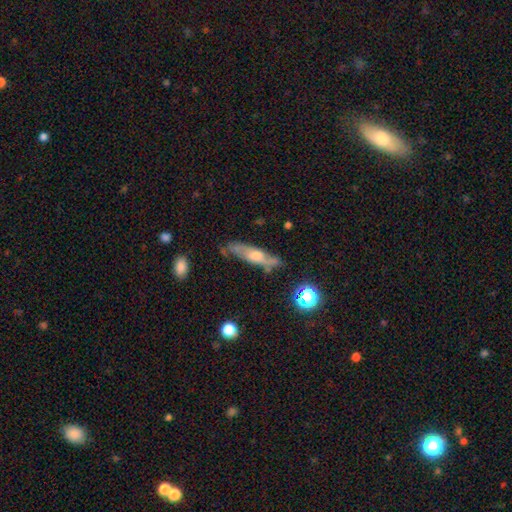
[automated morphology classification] smooth-or-featured: featured or disk: 53% | smooth: 39% | star or artifact: 9%
  disk-edge-on: yes: 64% | no: 36%
  merging: none: 64% | minor disturbance: 23% | major disturbance: 7% | merger: 6%